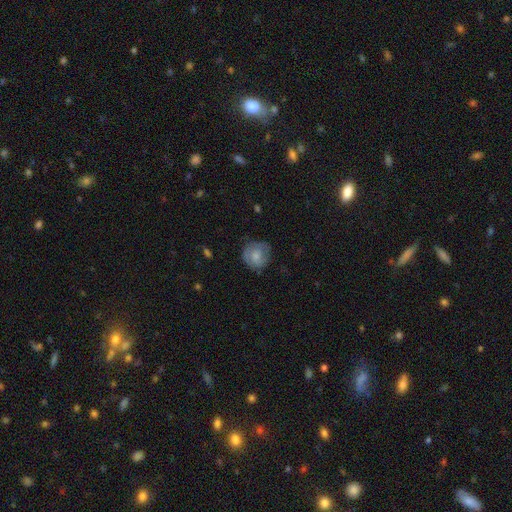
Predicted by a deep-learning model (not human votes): A smooth galaxy with no disk features (57%) that is round (85%).

Vote fractions:
- Smooth or featured? smooth: 57% / featured or disk: 36% / star or artifact: 7%
- How rounded? round: 85% / in between: 14% / cigar-shaped: 1%
- Merging? none: 69% / minor disturbance: 23% / major disturbance: 8% / merger: 1%